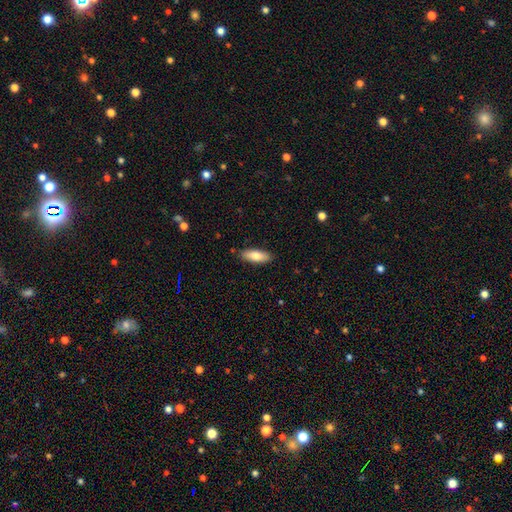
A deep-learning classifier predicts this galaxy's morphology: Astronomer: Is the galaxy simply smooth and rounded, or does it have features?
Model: smooth — 78%.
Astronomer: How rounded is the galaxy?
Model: in between — 67%.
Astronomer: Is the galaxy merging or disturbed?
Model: none — 87%.